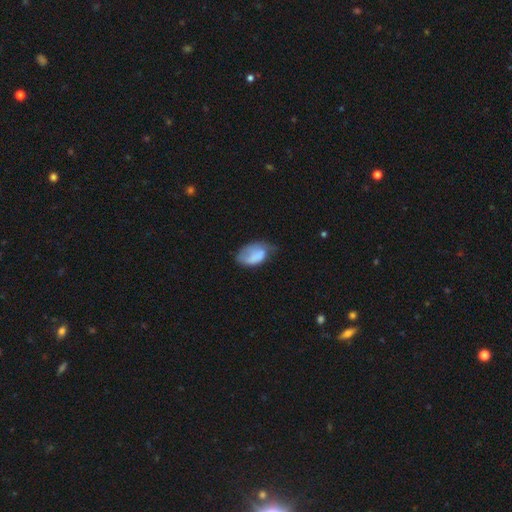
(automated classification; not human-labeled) This appears to be a smooth galaxy with no disk features (68%) that is in between round and cigar-shaped (91%). Merging: minor disturbance (38%).